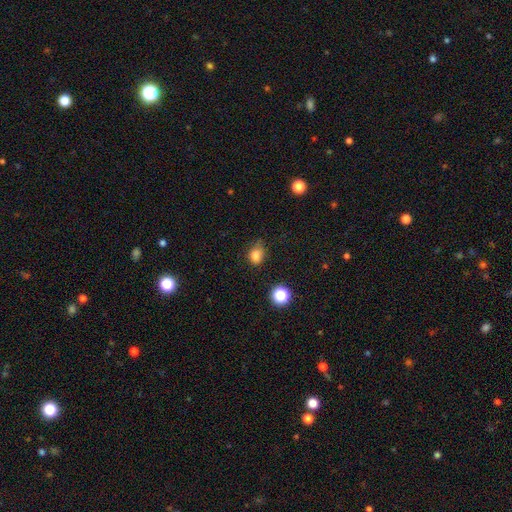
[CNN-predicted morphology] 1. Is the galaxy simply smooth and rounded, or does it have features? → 80% smooth, 14% star or artifact, 6% featured or disk.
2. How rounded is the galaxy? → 53% round, 45% in between, 1% cigar-shaped.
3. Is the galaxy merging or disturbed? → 57% none, 32% minor disturbance, 9% major disturbance, 3% merger.